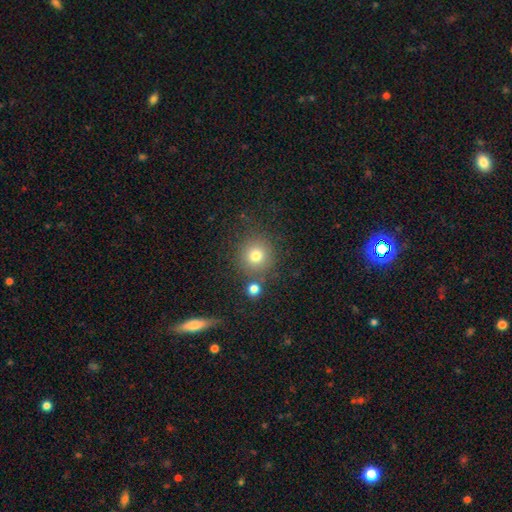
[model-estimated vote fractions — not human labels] The model was most divided on "smooth or featured": smooth: 77%, star or artifact: 14%, featured or disk: 9%. More confident: how rounded — round (92%); merging — none (78%).